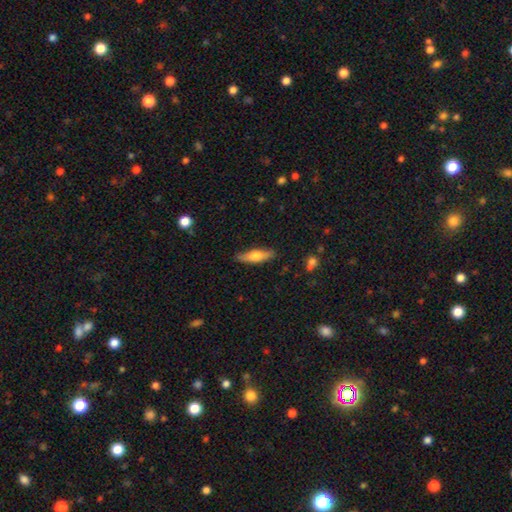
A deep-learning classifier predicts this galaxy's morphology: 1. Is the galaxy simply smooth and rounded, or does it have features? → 57% smooth, 37% featured or disk, 6% star or artifact.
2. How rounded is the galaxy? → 66% cigar-shaped, 32% in between, 2% round.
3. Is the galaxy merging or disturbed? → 87% none, 10% minor disturbance, 2% major disturbance, 1% merger.